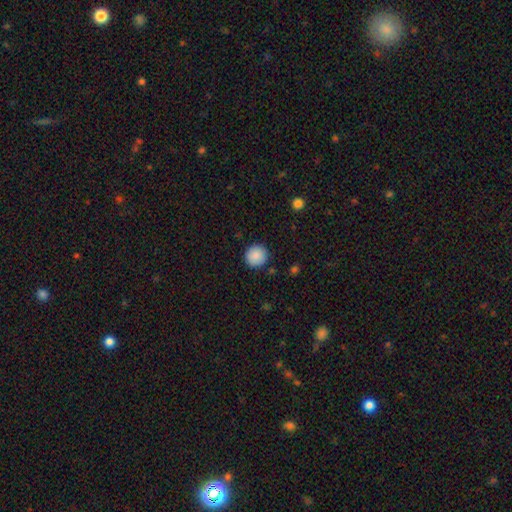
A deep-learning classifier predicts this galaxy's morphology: A smooth galaxy with no disk features (88%) that is round (94%). Merging: none (90%).